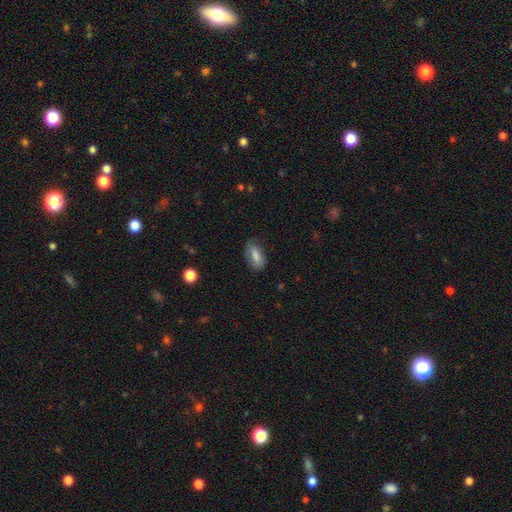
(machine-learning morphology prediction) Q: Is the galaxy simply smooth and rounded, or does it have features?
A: smooth — 72%.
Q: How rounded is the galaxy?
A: in between — 86%.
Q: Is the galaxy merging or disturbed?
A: none — 65%.